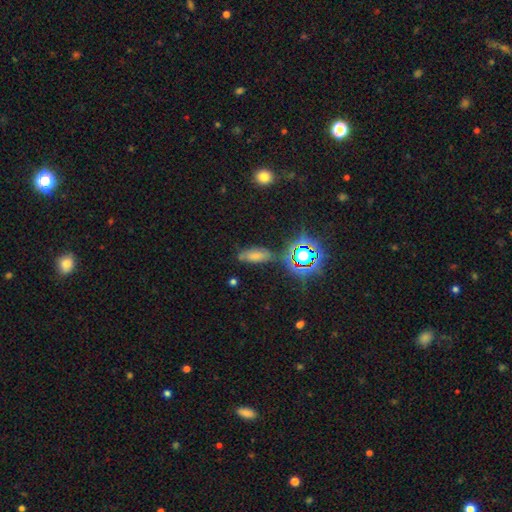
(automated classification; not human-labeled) smooth-or-featured: smooth: 59% | star or artifact: 26% | featured or disk: 15%
  how-rounded: in between: 74% | cigar-shaped: 20% | round: 6%
  merging: none: 66% | minor disturbance: 20% | major disturbance: 8% | merger: 6%